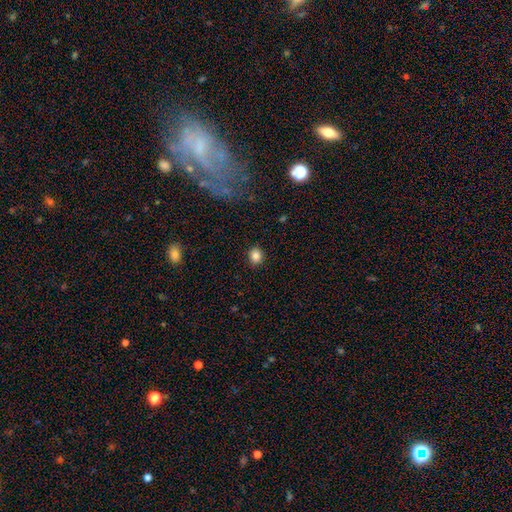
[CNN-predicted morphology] Smooth or featured?
  - smooth: 85% *
  - star or artifact: 11%
  - featured or disk: 5%
How rounded?
  - round: 67% *
  - in between: 32%
  - cigar-shaped: 1%
Merging?
  - none: 89% *
  - minor disturbance: 8%
  - major disturbance: 2%
  - merger: 1%